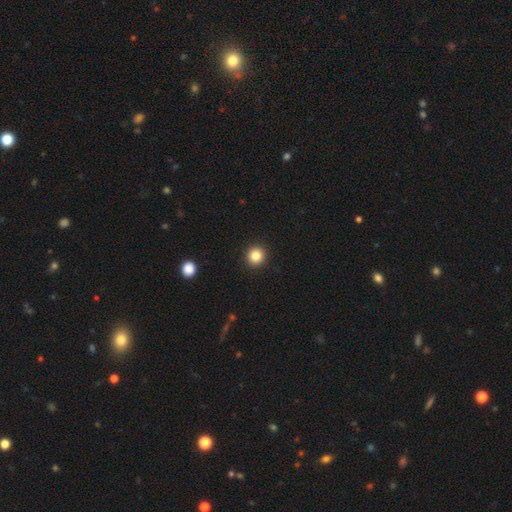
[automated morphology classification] A smooth galaxy with no disk features (84%) that is round (93%). Merging: none (93%).